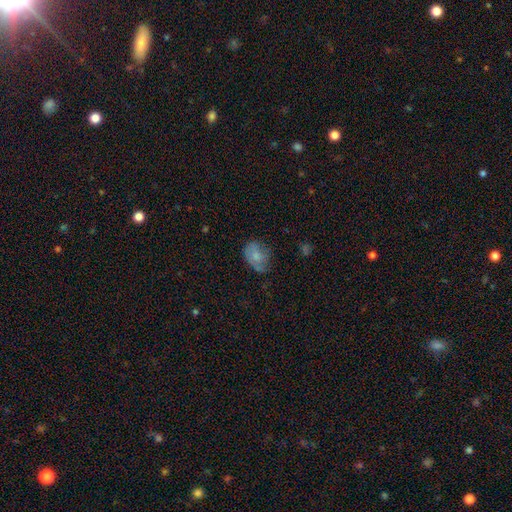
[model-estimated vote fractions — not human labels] A smooth galaxy with no disk features (67%) that is in between round and cigar-shaped (70%).

Vote fractions:
- Smooth or featured? smooth: 67% / featured or disk: 24% / star or artifact: 9%
- How rounded? in between: 70% / round: 29% / cigar-shaped: 1%
- Merging? none: 50% / minor disturbance: 33% / major disturbance: 15% / merger: 2%